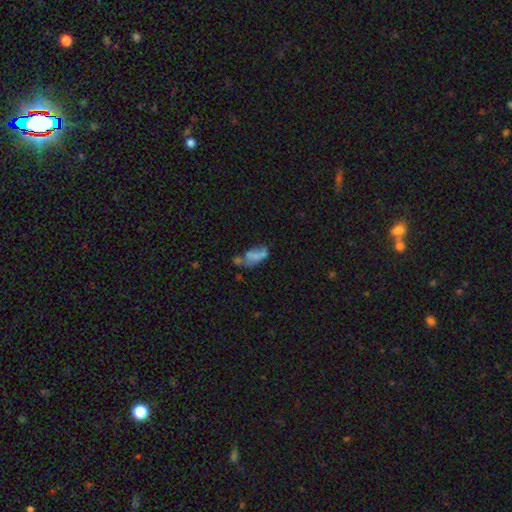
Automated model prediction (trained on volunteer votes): smooth 51%, featured or disk 37%, star or artifact 13%. Down the decision tree: how rounded — in between (87%); merging — merger (30%).